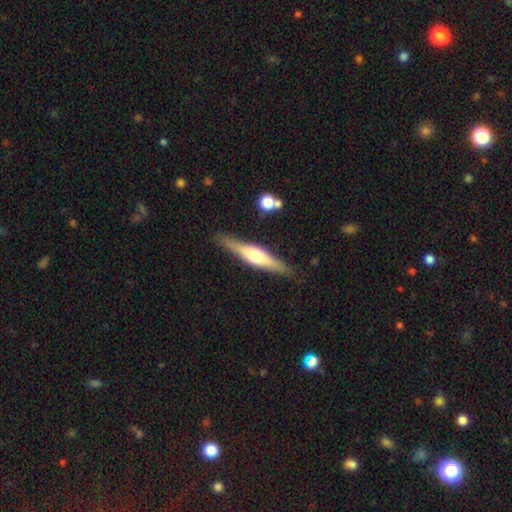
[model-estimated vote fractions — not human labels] Overall: featured or disk (64%; smooth 30%). Edge-on disk: yes (95%). Edge-on bulge: rounded (90%). Merging: none (86%).